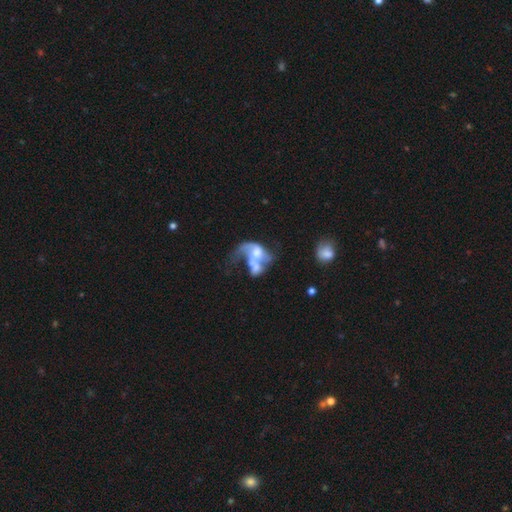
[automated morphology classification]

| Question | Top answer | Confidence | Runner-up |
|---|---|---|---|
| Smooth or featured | featured or disk | 66% | smooth (25%) |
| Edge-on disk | no | 97% | yes (3%) |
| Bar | no | 66% | weak (26%) |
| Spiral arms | yes | 52% | no (48%) |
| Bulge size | moderate | 42% | small (20%) |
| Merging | merger | 50% | major disturbance (30%) |